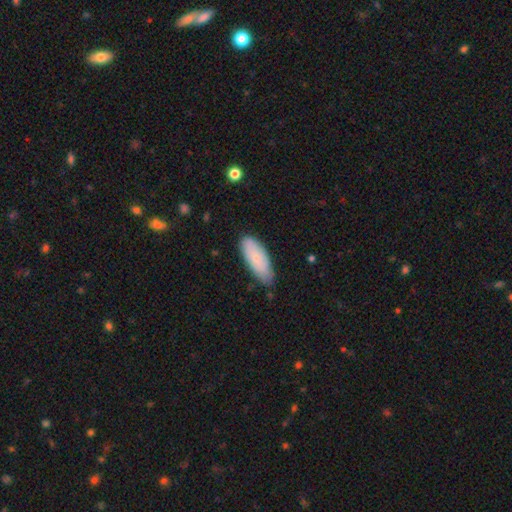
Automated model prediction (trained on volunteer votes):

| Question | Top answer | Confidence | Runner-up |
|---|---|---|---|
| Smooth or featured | smooth | 80% | featured or disk (14%) |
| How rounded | in between | 72% | cigar-shaped (26%) |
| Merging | none | 74% | minor disturbance (22%) |